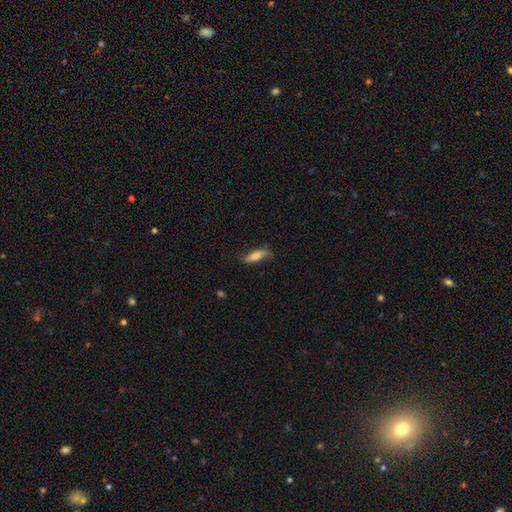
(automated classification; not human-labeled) smooth 61%, featured or disk 32%, star or artifact 7%. Down the decision tree: how rounded — in between (55%); merging — none (69%).